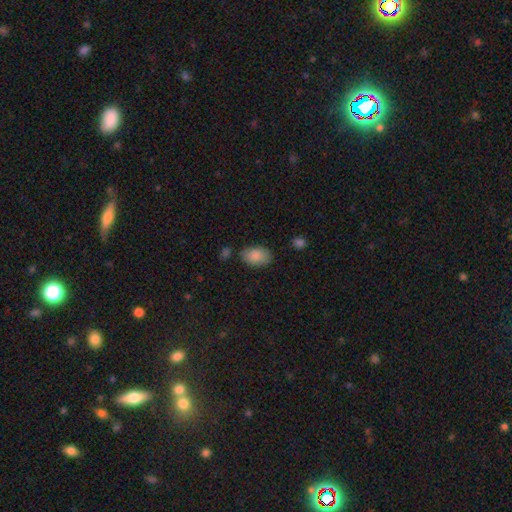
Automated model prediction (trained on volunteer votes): Overall: smooth (88%). How rounded: in between (90%). Merging: none (77%).